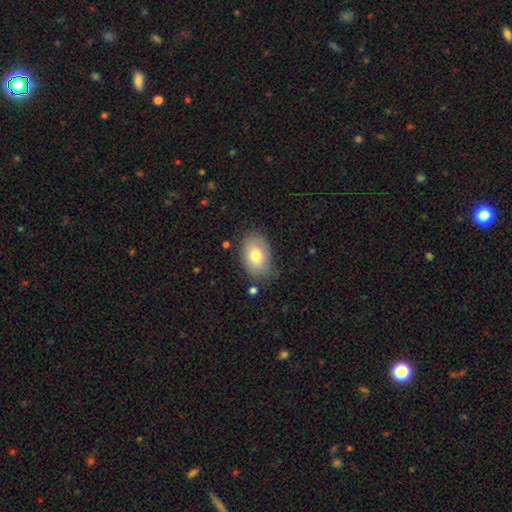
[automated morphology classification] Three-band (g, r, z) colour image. It shows a smooth galaxy with no disk features (77%) that is in between round and cigar-shaped (89%). Merging: none (77%).